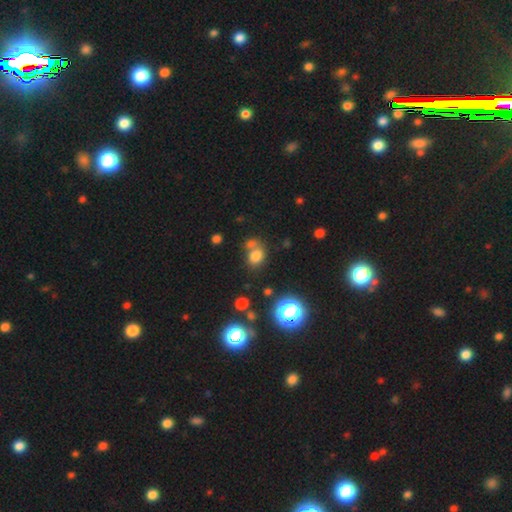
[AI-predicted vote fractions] smooth_or_featured: smooth (p=0.74) [alt: star or artifact p=0.18]
how_rounded: in between (p=0.51) [alt: round p=0.47]
merging: none (p=0.53) [alt: merger p=0.29]